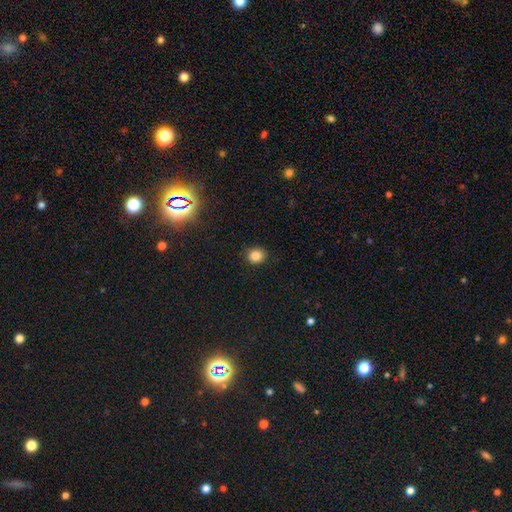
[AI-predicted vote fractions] Morphology: type=smooth (83%); roundness=round (81%); merging=none (89%).